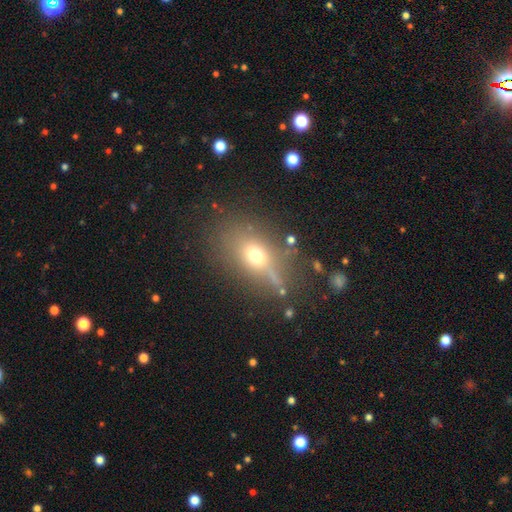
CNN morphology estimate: smooth-or-featured: smooth: 60% | featured or disk: 23% | star or artifact: 17%
  how-rounded: in between: 66% | round: 27% | cigar-shaped: 7%
  merging: none: 66% | minor disturbance: 18% | major disturbance: 10% | merger: 6%